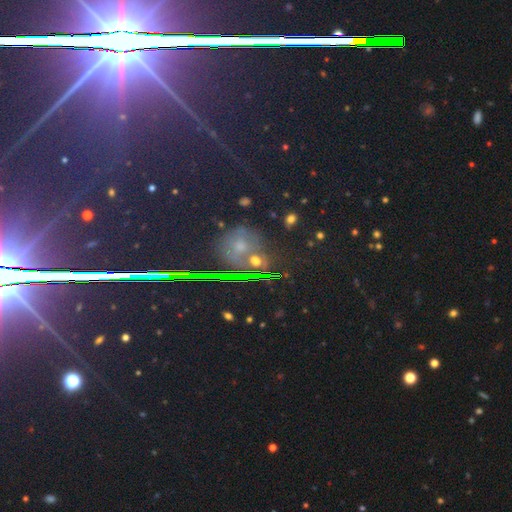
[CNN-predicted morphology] A star or artifact, not a galaxy (76%).

Vote fractions:
- Smooth or featured? star or artifact: 76% / smooth: 13% / featured or disk: 12%